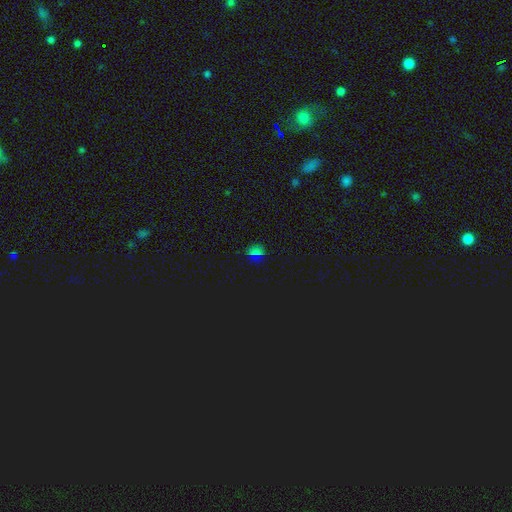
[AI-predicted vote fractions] smooth-or-featured: star or artifact: 47% | smooth: 46% | featured or disk: 7%